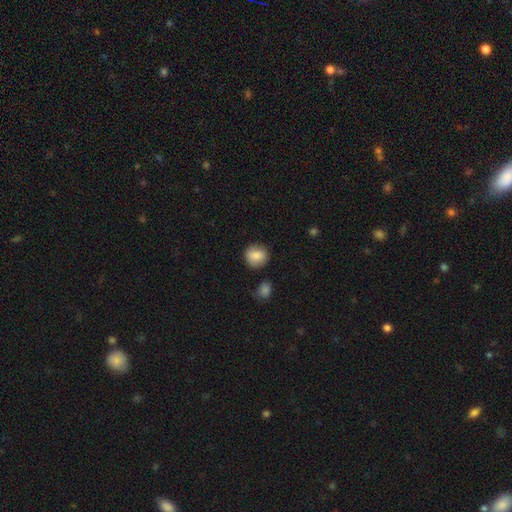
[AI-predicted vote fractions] Smooth or featured?
  - smooth: 86% *
  - star or artifact: 8%
  - featured or disk: 6%
How rounded?
  - round: 86% *
  - in between: 13%
  - cigar-shaped: 1%
Merging?
  - none: 84% *
  - minor disturbance: 11%
  - merger: 3%
  - major disturbance: 3%